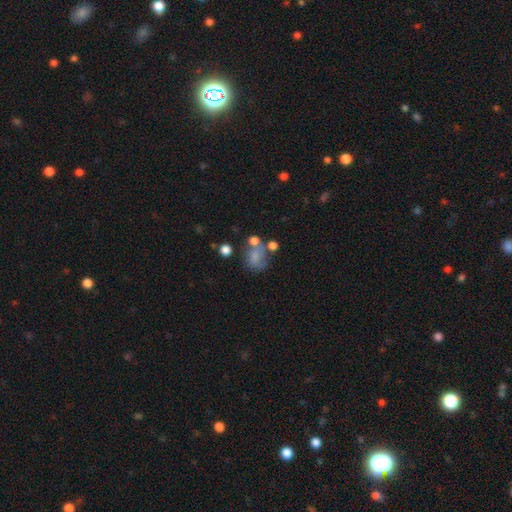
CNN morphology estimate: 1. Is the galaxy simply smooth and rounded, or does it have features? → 64% smooth, 22% featured or disk, 14% star or artifact.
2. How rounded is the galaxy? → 52% in between, 47% round, 1% cigar-shaped.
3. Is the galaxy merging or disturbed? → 35% none, 24% merger, 21% minor disturbance, 20% major disturbance.